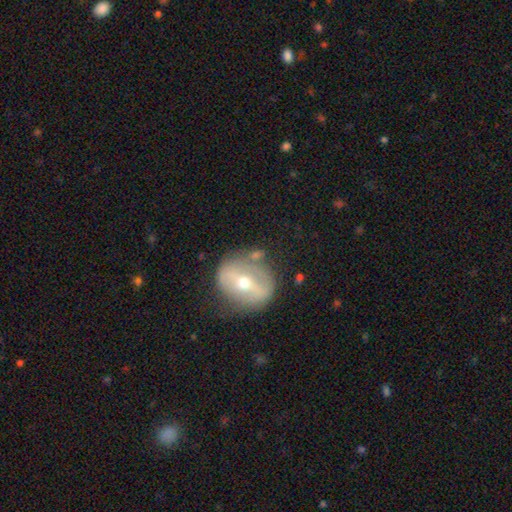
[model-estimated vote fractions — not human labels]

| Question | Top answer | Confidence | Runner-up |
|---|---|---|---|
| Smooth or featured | featured or disk | 62% | smooth (30%) |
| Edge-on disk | no | 86% | yes (14%) |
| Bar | strong | 52% | weak (27%) |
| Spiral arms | no | 66% | yes (34%) |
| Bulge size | moderate | 57% | small (39%) |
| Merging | none | 70% | minor disturbance (17%) |